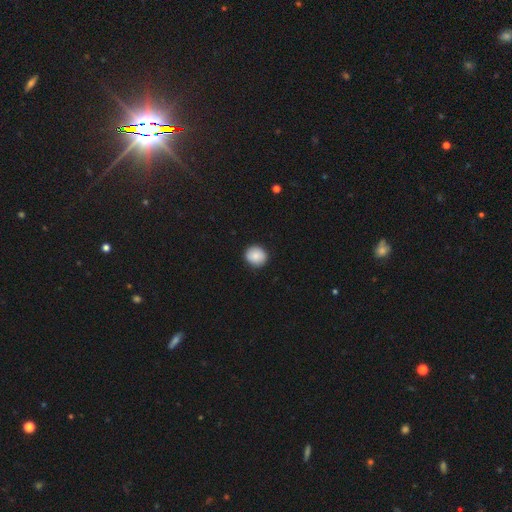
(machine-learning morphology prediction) Smooth or featured? smooth (87%)
How rounded? round (86%)
Merging? none (90%)